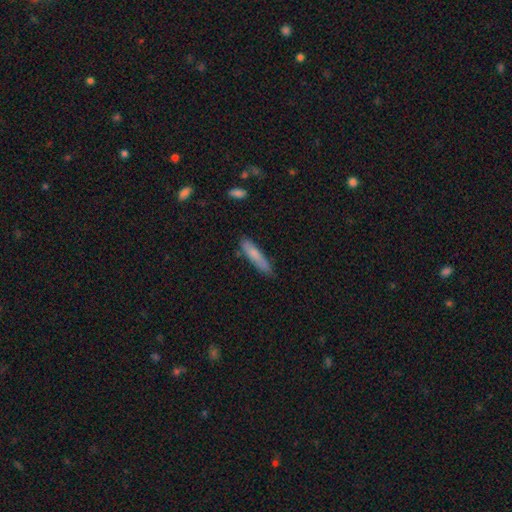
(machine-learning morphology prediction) Smooth or featured?
  - smooth: 78% *
  - featured or disk: 16%
  - star or artifact: 6%
How rounded?
  - cigar-shaped: 82% *
  - in between: 17%
  - round: 1%
Merging?
  - none: 69% *
  - minor disturbance: 24%
  - major disturbance: 4%
  - merger: 3%